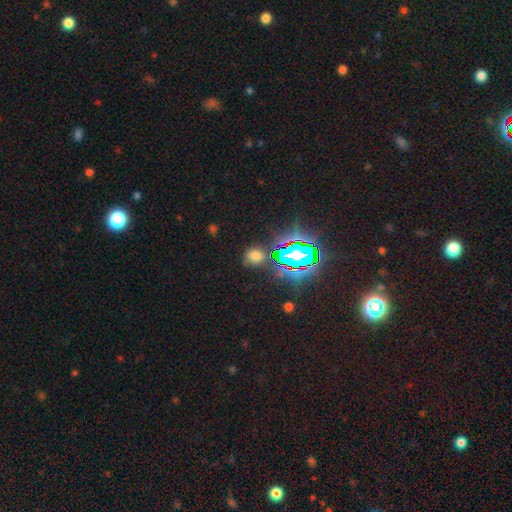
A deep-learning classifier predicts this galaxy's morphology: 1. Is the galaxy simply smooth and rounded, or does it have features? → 55% smooth, 38% star or artifact, 8% featured or disk.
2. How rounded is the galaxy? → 54% round, 44% in between, 2% cigar-shaped.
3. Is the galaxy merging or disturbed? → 78% none, 13% minor disturbance, 5% major disturbance, 4% merger.